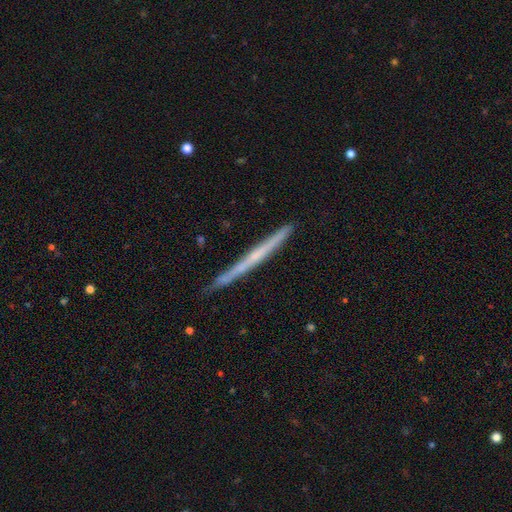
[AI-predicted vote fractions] featured or disk 60%, smooth 34%, star or artifact 6%. Down the decision tree: edge-on disk — yes (97%); edge-on bulge — none (79%); merging — none (88%).